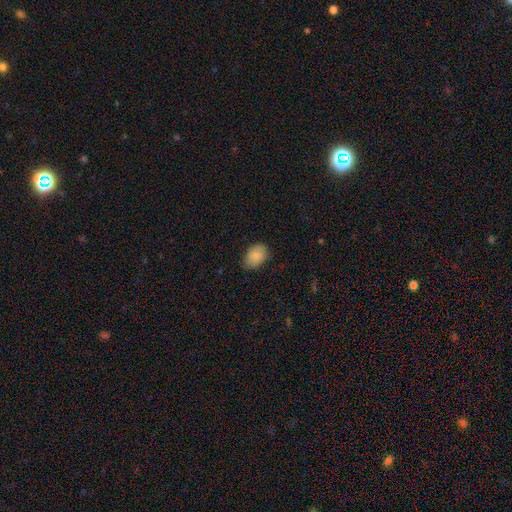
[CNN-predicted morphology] A smooth galaxy with no disk features (88%) that is in between round and cigar-shaped (80%).

Vote fractions:
- Smooth or featured? smooth: 88% / star or artifact: 7% / featured or disk: 5%
- How rounded? in between: 80% / round: 19% / cigar-shaped: 1%
- Merging? none: 77% / minor disturbance: 19% / major disturbance: 4% / merger: 1%